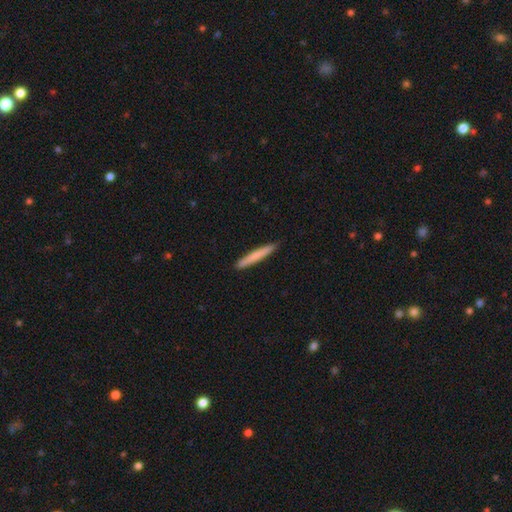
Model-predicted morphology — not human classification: smooth-or-featured: smooth: 72% | featured or disk: 23% | star or artifact: 5%
  how-rounded: cigar-shaped: 97% | in between: 2% | round: 1%
  merging: none: 92% | minor disturbance: 6% | major disturbance: 1% | merger: 1%